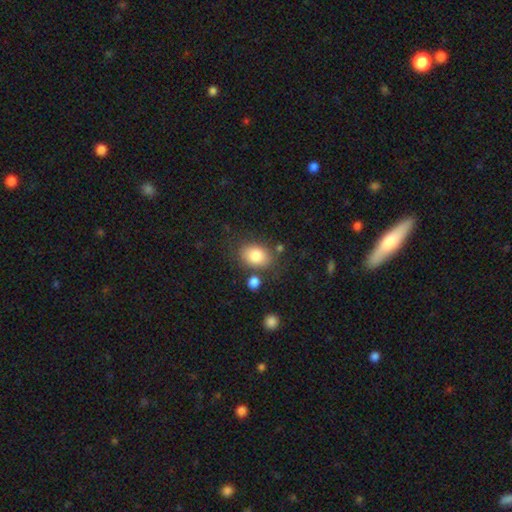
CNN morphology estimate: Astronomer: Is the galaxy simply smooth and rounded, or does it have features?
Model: smooth — 84%.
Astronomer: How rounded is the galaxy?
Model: in between — 72%.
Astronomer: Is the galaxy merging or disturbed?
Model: none — 73%.